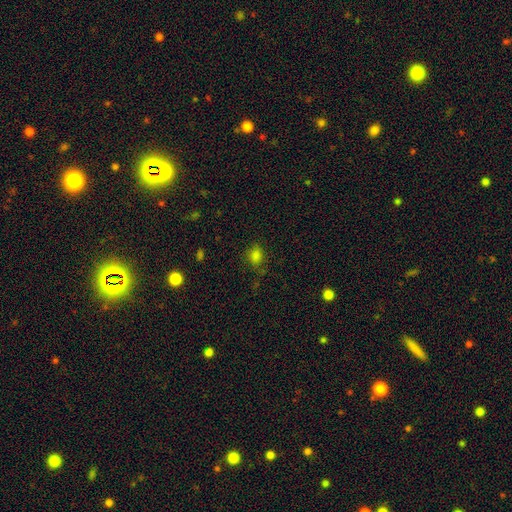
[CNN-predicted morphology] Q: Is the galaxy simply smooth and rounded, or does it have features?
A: smooth — 78%.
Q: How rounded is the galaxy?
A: in between — 52%.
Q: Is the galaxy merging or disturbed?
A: none — 71%.